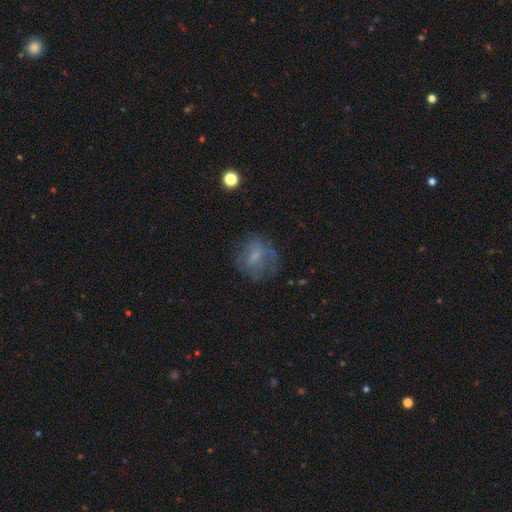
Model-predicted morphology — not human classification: Smooth or featured? smooth (53%)
How rounded? round (62%)
Merging? none (56%)